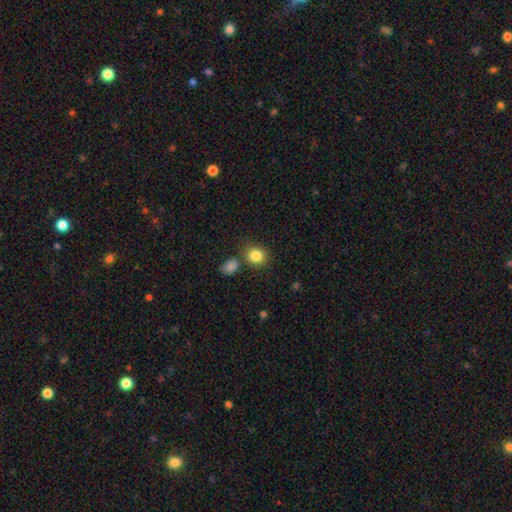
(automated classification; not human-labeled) smooth_or_featured: smooth (p=0.84) [alt: star or artifact p=0.10]
how_rounded: round (p=0.77) [alt: in between p=0.22]
merging: none (p=0.74) [alt: merger p=0.12]